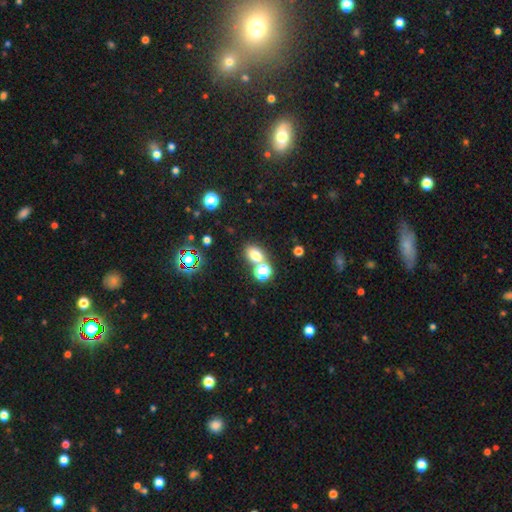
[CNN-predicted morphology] type=smooth (71%); roundness=in between (63%); merging=none (60%).